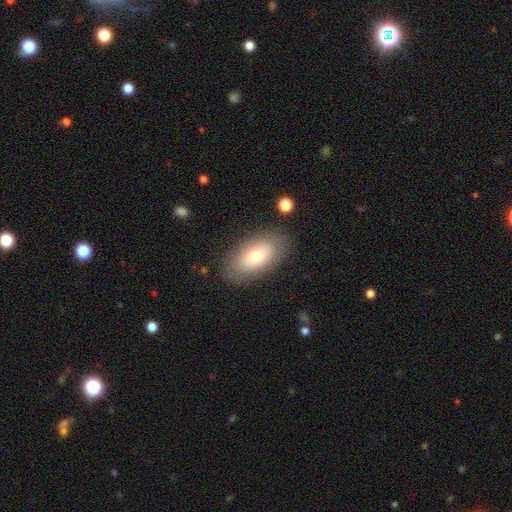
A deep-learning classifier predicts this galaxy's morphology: Smooth or featured?
  - smooth: 70% *
  - featured or disk: 22%
  - star or artifact: 8%
How rounded?
  - in between: 92% *
  - round: 5%
  - cigar-shaped: 2%
Merging?
  - none: 83% *
  - minor disturbance: 12%
  - major disturbance: 4%
  - merger: 2%